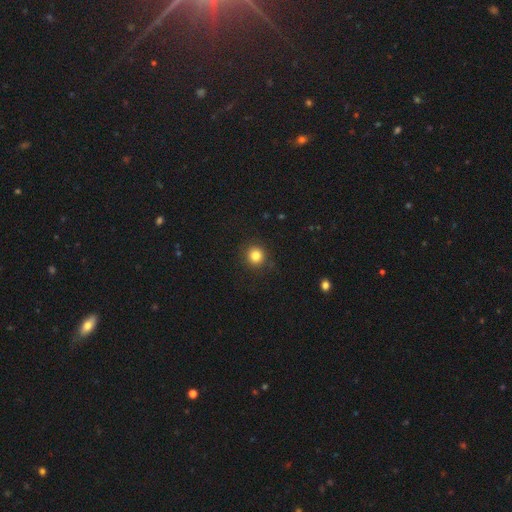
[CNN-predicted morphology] Smooth or featured: smooth — 82% (star or artifact — 12%)
How rounded: round — 93% (in between — 6%)
Merging: none — 90% (minor disturbance — 6%)